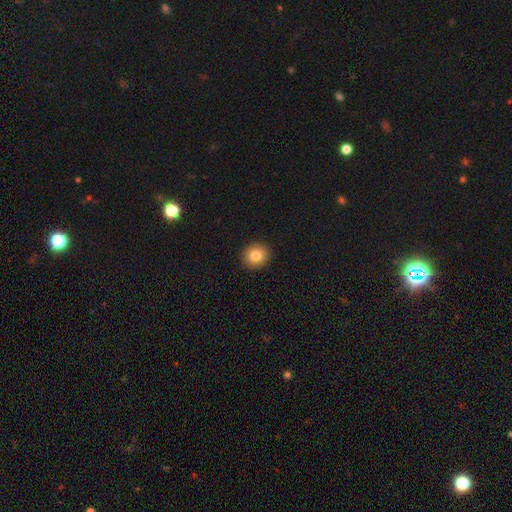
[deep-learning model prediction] Morphology: type=smooth (81%); roundness=round (81%); merging=none (92%).